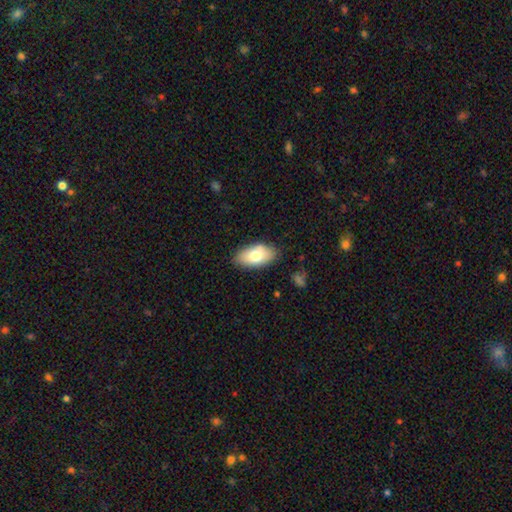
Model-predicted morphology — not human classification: Smooth or featured: smooth — 73% (featured or disk — 20%)
How rounded: in between — 93% (round — 4%)
Merging: none — 81% (minor disturbance — 14%)